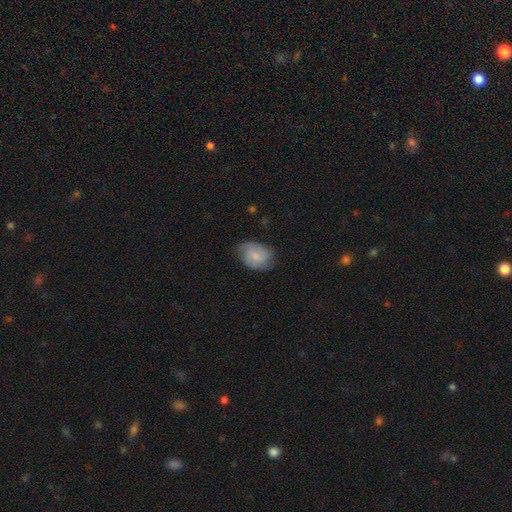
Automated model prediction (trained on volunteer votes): This is possibly a smooth galaxy (52%). How rounded: likely in between (72%). Merging: likely none (67%).